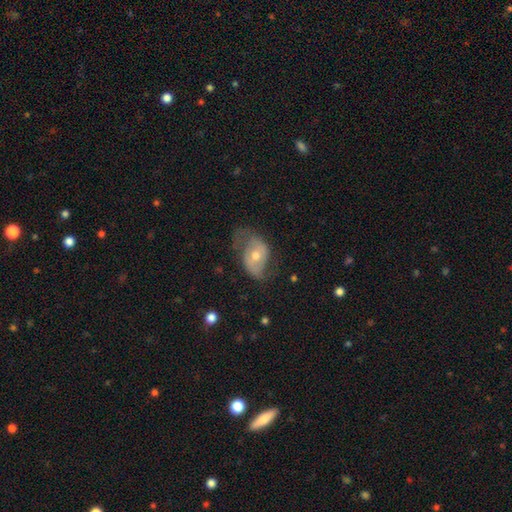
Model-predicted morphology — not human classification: Smooth or featured: featured or disk — 63% (smooth — 30%)
Edge-on disk: no — 95% (yes — 5%)
Bar: no — 59% (weak — 30%)
Spiral arms: yes — 73% (no — 27%)
Bulge size: moderate — 65% (small — 29%)
Merging: none — 51% (minor disturbance — 26%)